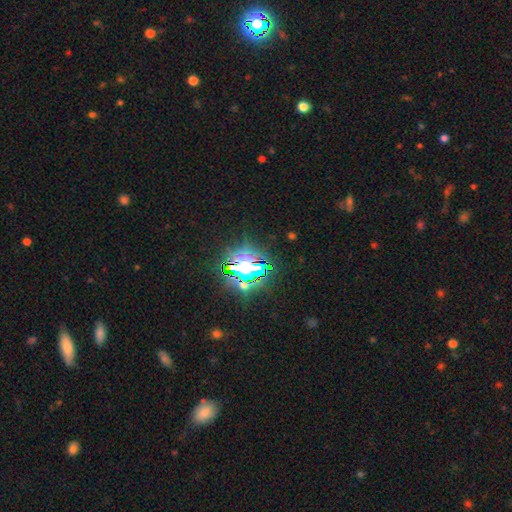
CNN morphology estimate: star or artifact 77%, smooth 12%, featured or disk 10%.